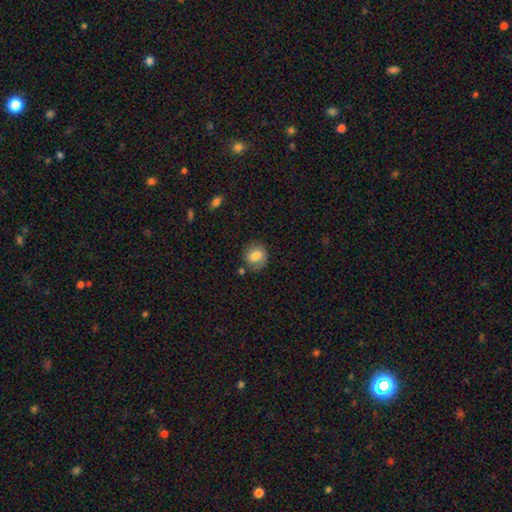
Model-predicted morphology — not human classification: Smooth or featured? smooth (72%)
How rounded? round (78%)
Merging? none (66%)